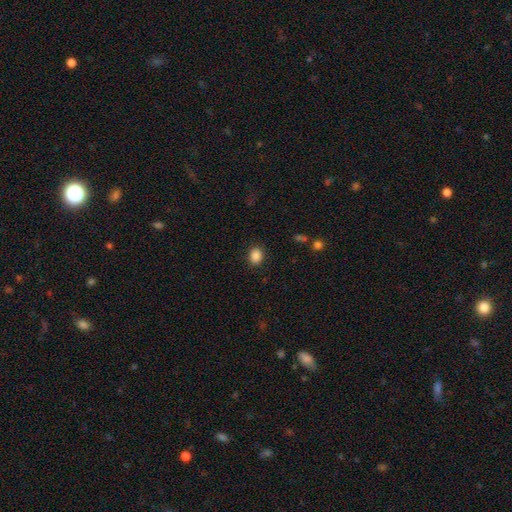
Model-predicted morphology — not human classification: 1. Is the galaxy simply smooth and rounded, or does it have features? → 87% smooth, 9% star or artifact, 4% featured or disk.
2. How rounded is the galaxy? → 50% in between, 49% round, 1% cigar-shaped.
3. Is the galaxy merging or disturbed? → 88% none, 8% minor disturbance, 3% major disturbance, 1% merger.